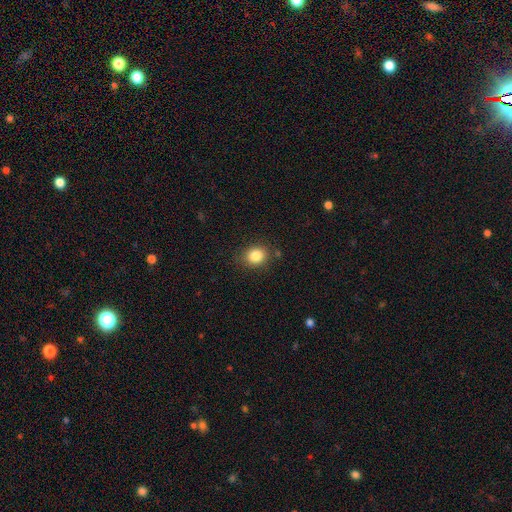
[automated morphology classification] Smooth or featured? smooth (84%)
How rounded? round (64%)
Merging? none (83%)